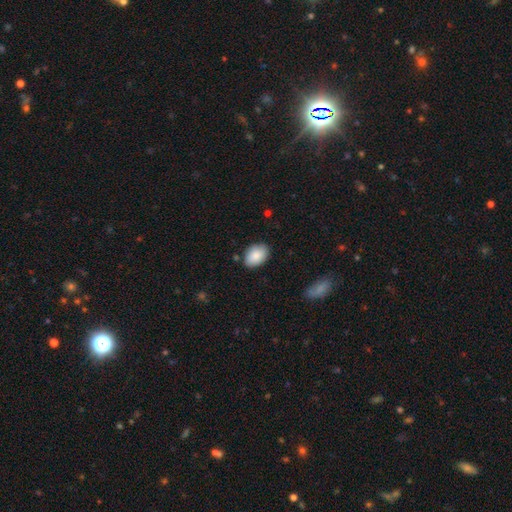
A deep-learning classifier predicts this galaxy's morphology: This appears to be a smooth galaxy with no disk features (86%) that is in between round and cigar-shaped (86%). Merging: none (82%).